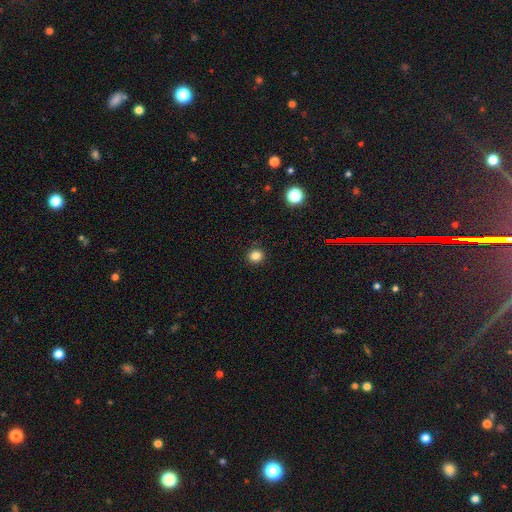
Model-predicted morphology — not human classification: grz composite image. It shows a smooth galaxy with no disk features (83%) that is round (84%). Merging: none (92%).